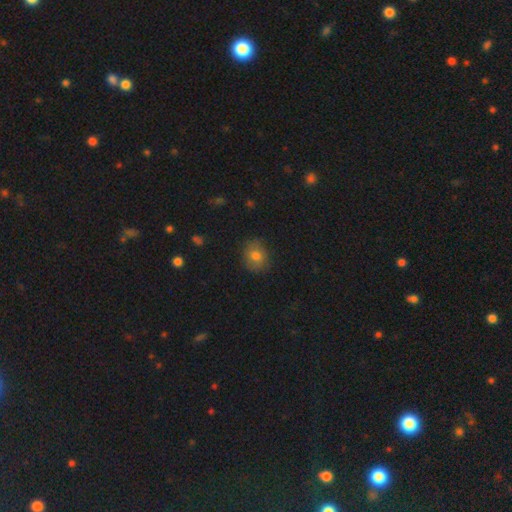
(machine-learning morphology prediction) This is likely a smooth galaxy (77%). How rounded: possibly round (59%). Merging: clearly none (81%).